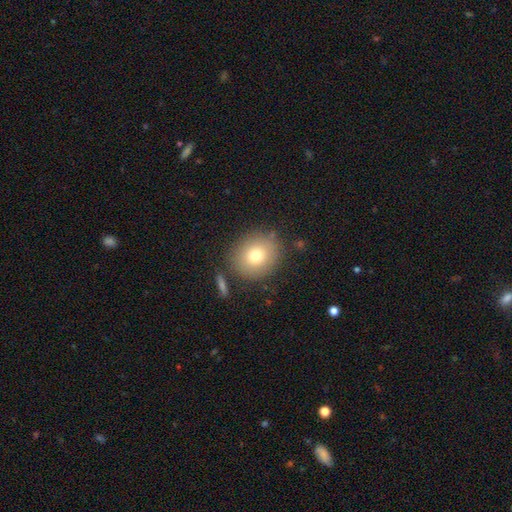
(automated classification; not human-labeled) The model was most divided on "how rounded": round: 78%, in between: 21%, cigar-shaped: 1%. More confident: merging — none (82%); smooth or featured — smooth (76%).